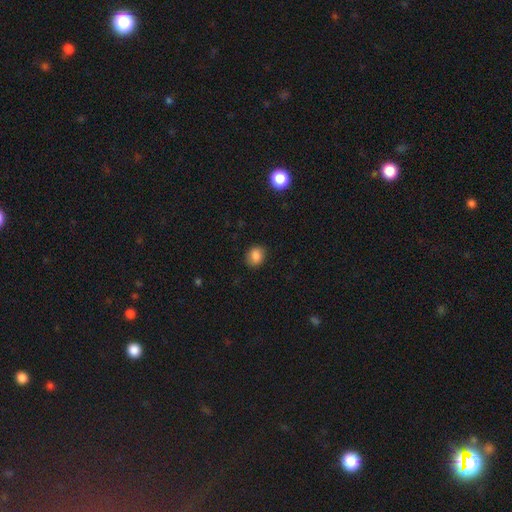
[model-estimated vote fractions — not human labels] Morphology: type=smooth (85%); roundness=round (58%); merging=none (86%).